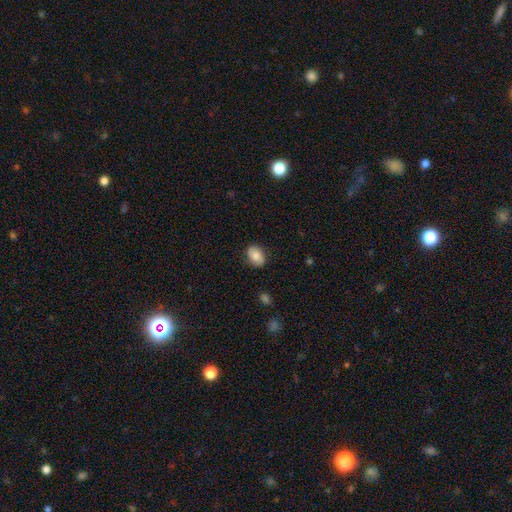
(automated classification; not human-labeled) smooth 77%, featured or disk 16%, star or artifact 8%. Down the decision tree: how rounded — in between (78%); merging — none (79%).